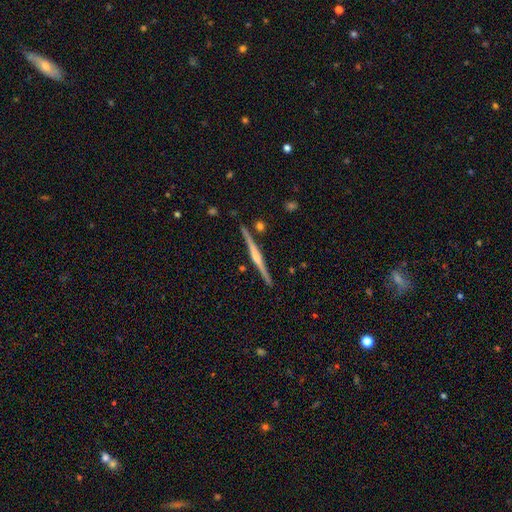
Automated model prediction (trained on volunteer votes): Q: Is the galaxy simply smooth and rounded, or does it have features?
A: featured or disk — 77%.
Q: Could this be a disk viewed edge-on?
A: yes — 98%.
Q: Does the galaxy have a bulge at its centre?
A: rounded — 63%.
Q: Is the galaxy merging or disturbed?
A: none — 90%.